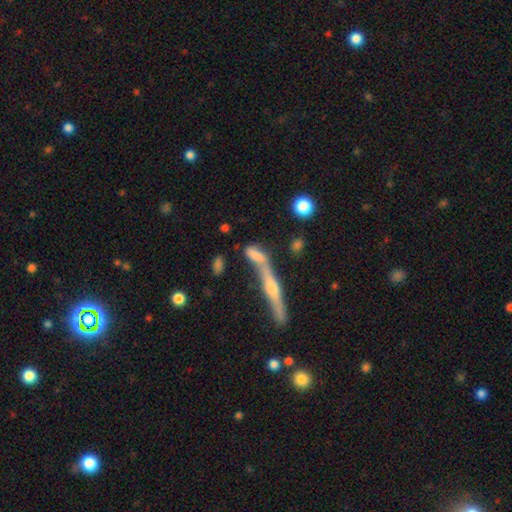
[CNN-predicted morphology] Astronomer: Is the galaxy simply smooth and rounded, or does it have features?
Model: smooth — 58%.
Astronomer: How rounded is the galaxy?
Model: in between — 50% (runner-up: cigar-shaped, 43%).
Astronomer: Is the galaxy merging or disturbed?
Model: merger — 45% (runner-up: none, 35%).